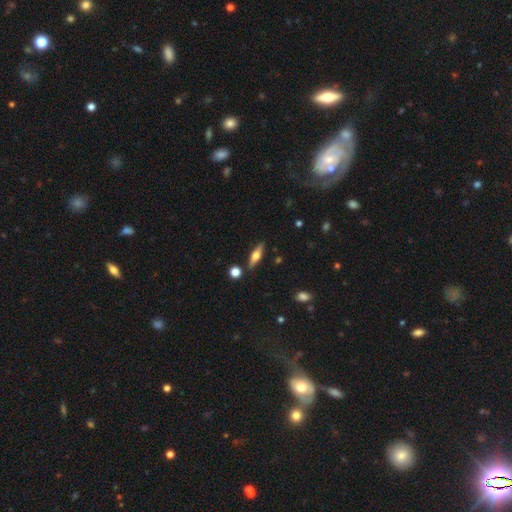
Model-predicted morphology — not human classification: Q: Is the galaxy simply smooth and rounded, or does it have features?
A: featured or disk — 54%.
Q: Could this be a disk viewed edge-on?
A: yes — 94%.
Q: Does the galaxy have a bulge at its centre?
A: rounded — 93%.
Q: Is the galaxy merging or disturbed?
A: none — 86%.